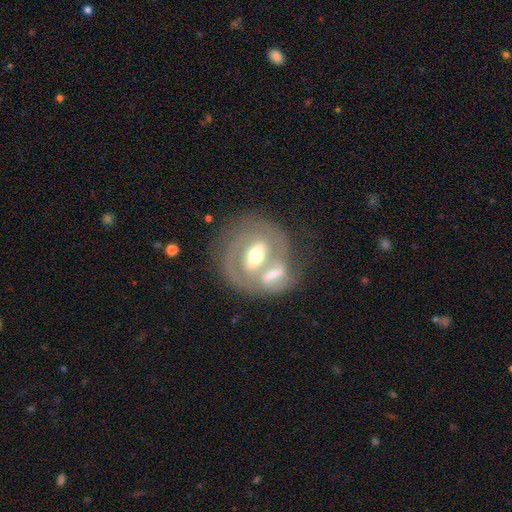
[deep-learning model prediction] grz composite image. It shows a featured or disk galaxy (74%) with a strong bar (47%), spiral arms (53%) and a moderate central bulge (70%). Merging: merger (48%).